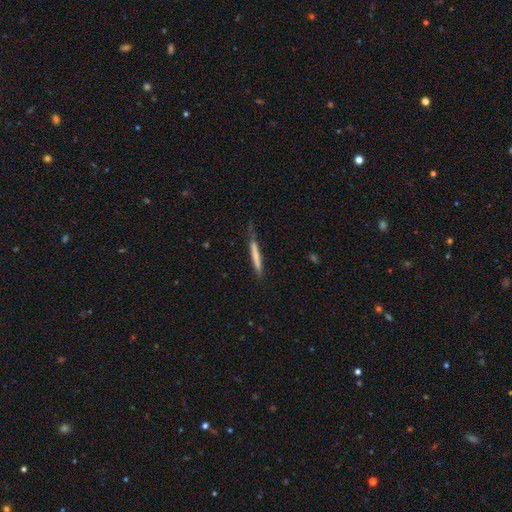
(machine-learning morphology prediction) Smooth or featured: smooth — 65% (featured or disk — 29%)
How rounded: cigar-shaped — 96% (in between — 3%)
Merging: none — 66% (minor disturbance — 24%)